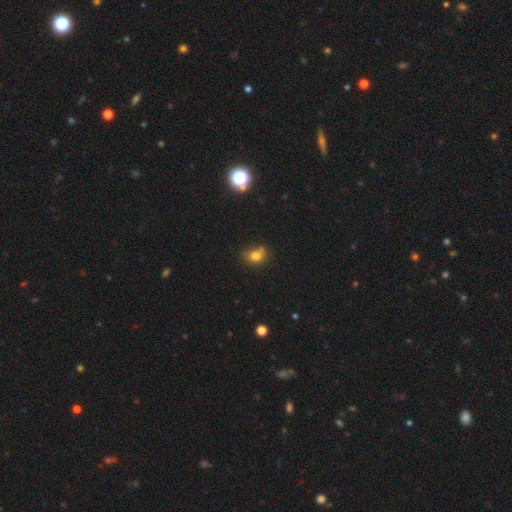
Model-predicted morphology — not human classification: Smooth or featured? smooth (74%)
How rounded? round (59%)
Merging? none (48%)